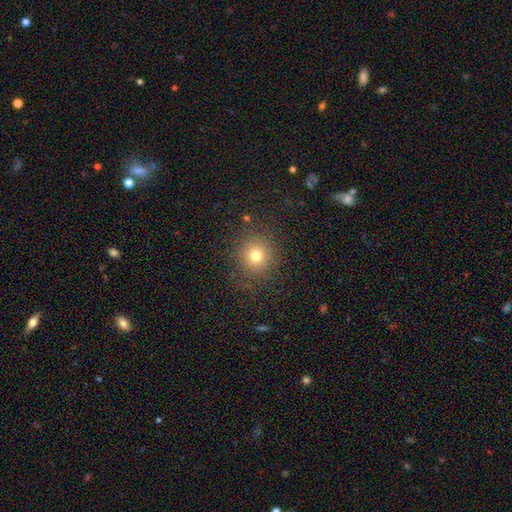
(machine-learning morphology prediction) Smooth or featured?
  - smooth: 75% *
  - star or artifact: 17%
  - featured or disk: 9%
How rounded?
  - round: 90% *
  - in between: 9%
  - cigar-shaped: 1%
Merging?
  - none: 87% *
  - minor disturbance: 8%
  - major disturbance: 4%
  - merger: 1%